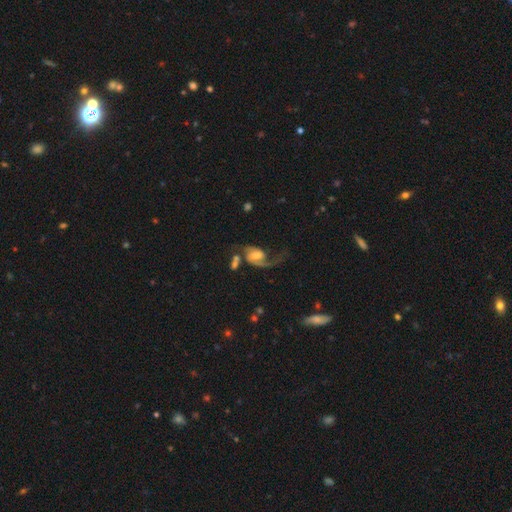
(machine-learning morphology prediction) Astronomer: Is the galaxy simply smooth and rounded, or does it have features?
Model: featured or disk — 79%.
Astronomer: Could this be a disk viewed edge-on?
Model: no — 97%.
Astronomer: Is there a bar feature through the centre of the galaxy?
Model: no — 47% (runner-up: weak, 40%).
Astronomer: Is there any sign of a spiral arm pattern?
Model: yes — 94%.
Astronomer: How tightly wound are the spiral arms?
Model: loose — 58%.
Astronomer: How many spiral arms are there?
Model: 2 — 54% (runner-up: 1, 40%).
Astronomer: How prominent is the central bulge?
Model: moderate — 36% (runner-up: large, 23%).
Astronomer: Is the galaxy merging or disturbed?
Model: major disturbance — 36% (runner-up: none, 31%).